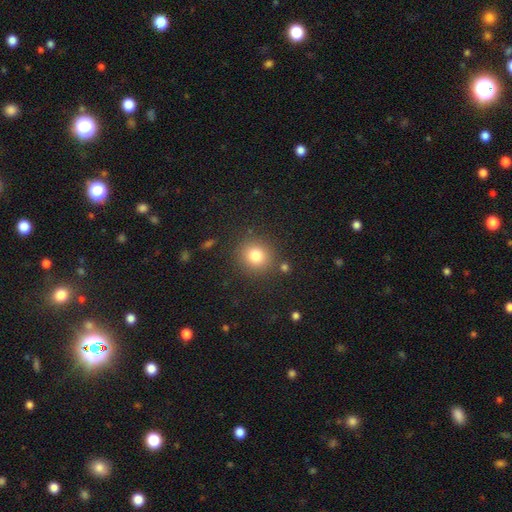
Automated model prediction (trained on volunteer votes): Overall: smooth (80%). How rounded: round (88%). Merging: none (86%).